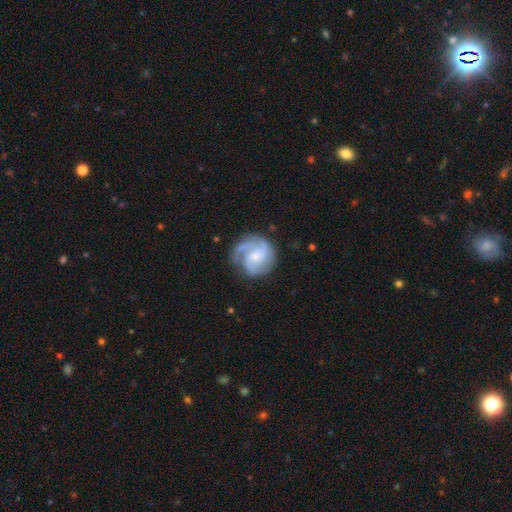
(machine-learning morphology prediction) Smooth or featured: featured or disk — 85% (smooth — 10%)
Edge-on disk: no — 98% (yes — 2%)
Bar: no — 63% (weak — 31%)
Spiral arms: yes — 97% (no — 3%)
Spiral winding: tight — 51% (medium — 39%)
Spiral arm count: 3 — 47% (2 — 16%)
Bulge size: small — 65% (moderate — 27%)
Merging: none — 73% (minor disturbance — 17%)